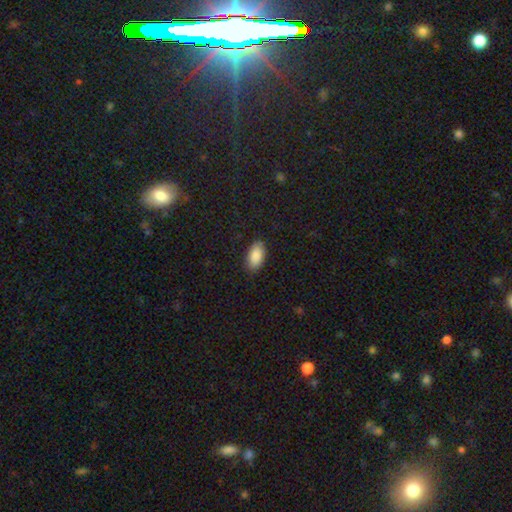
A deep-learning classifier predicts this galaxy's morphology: A smooth galaxy with no disk features (90%) that is in between round and cigar-shaped (95%). Merging: none (86%).